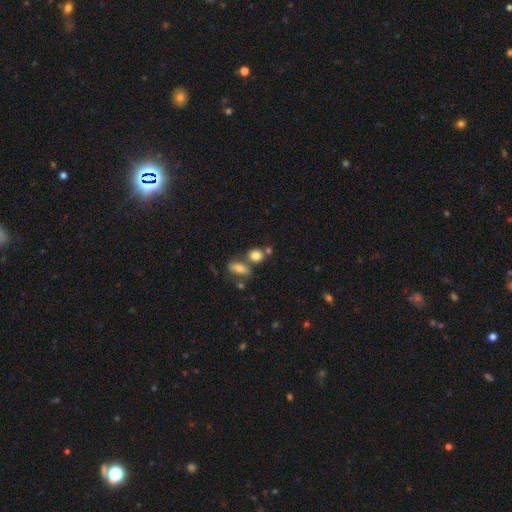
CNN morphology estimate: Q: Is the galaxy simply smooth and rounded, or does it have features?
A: smooth — 80%.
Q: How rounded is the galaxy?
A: round — 69%.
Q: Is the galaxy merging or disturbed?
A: none — 57%.